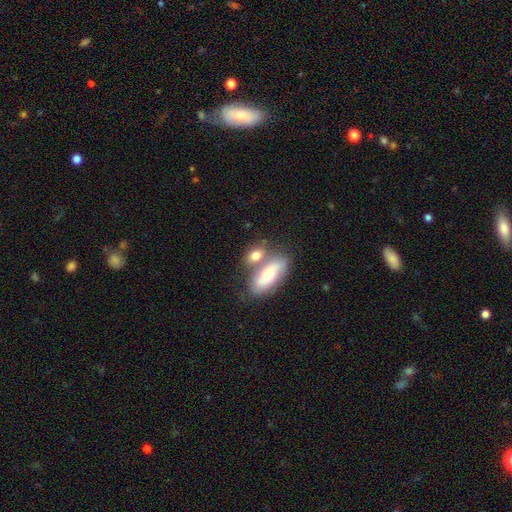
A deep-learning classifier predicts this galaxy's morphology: This appears to be a smooth galaxy with no disk features (71%) that is in between round and cigar-shaped (75%). Merging: merger (42%).